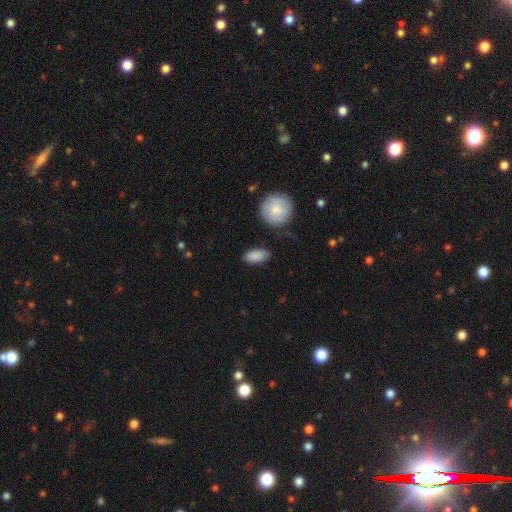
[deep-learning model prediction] A smooth galaxy with no disk features (88%) that is in between round and cigar-shaped (89%). Merging: none (81%).